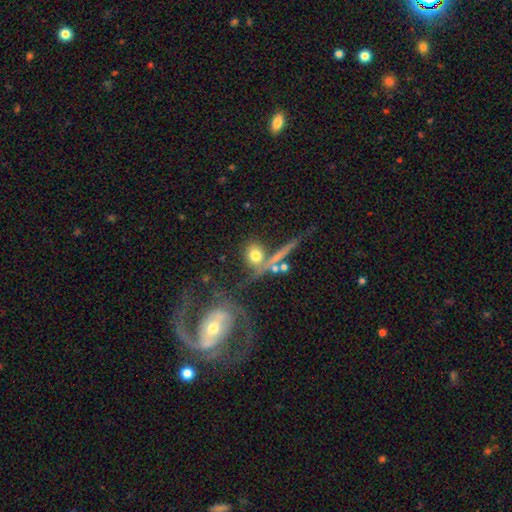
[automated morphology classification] Overall: smooth (68%). How rounded: round (75%). Merging: none (53%; merger 21%).